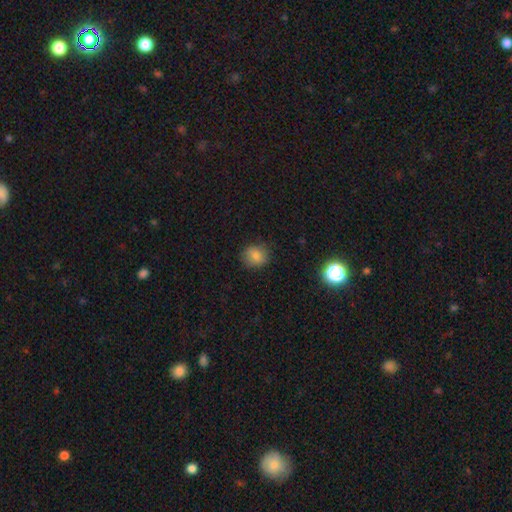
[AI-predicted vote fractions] Overall: smooth (82%). How rounded: round (72%). Merging: none (84%).